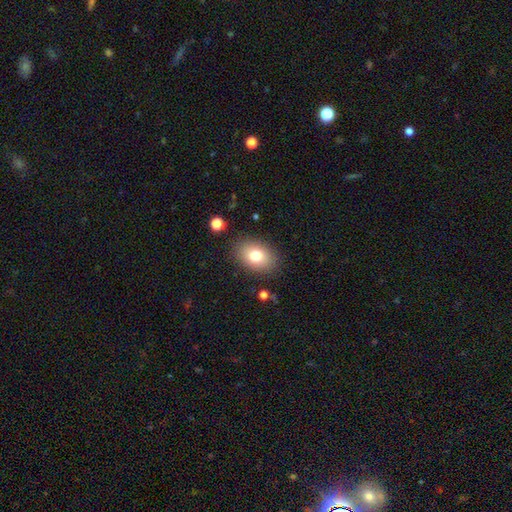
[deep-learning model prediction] Smooth or featured? smooth (79%)
How rounded? in between (79%)
Merging? none (86%)